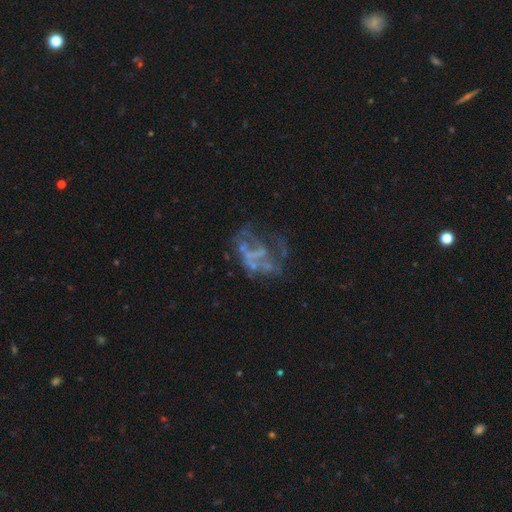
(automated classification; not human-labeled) smooth_or_featured: featured or disk (p=0.68) [alt: star or artifact p=0.19]
disk_edge_on: no (p=0.98) [alt: yes p=0.02]
bar: no (p=0.80) [alt: weak p=0.14]
has_spiral_arms: no (p=0.76) [alt: yes p=0.24]
bulge_size: none (p=0.80) [alt: small p=0.12]
merging: major disturbance (p=0.42) [alt: none p=0.35]